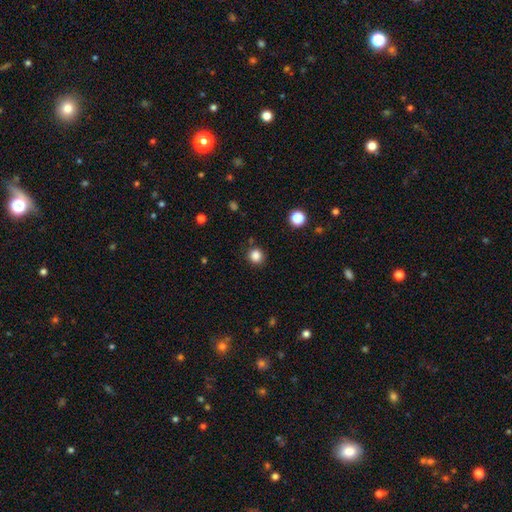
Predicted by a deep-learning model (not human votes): Q: Smooth or featured?
A: smooth (85%); runner-up: star or artifact (12%)
Q: How rounded?
A: round (88%); runner-up: in between (11%)
Q: Merging?
A: none (86%); runner-up: minor disturbance (9%)